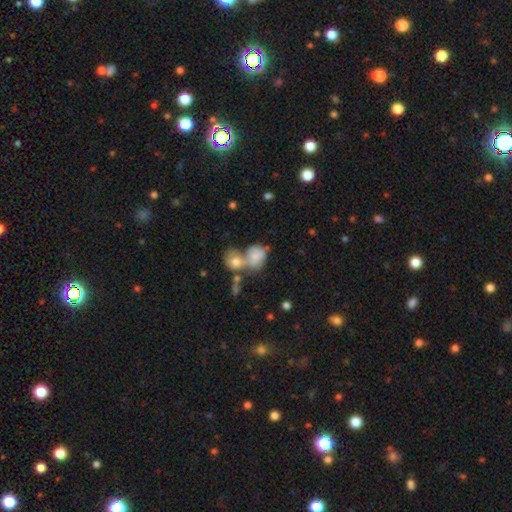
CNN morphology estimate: Q: Smooth or featured?
A: smooth (70%); runner-up: featured or disk (21%)
Q: How rounded?
A: in between (51%); runner-up: round (48%)
Q: Merging?
A: merger (62%); runner-up: none (19%)